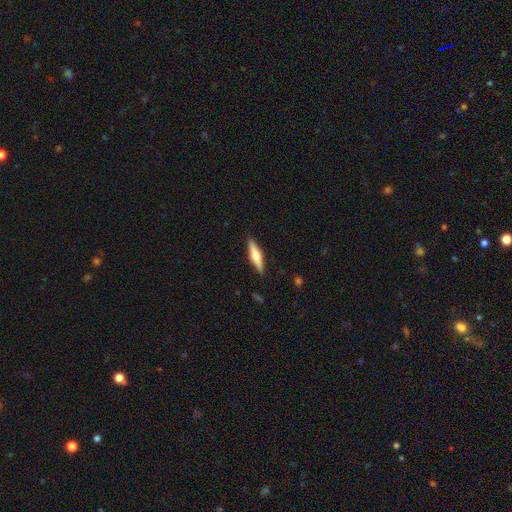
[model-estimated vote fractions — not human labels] Smooth or featured: featured or disk — 48% (smooth — 46%)
Merging: none — 89% (minor disturbance — 8%)